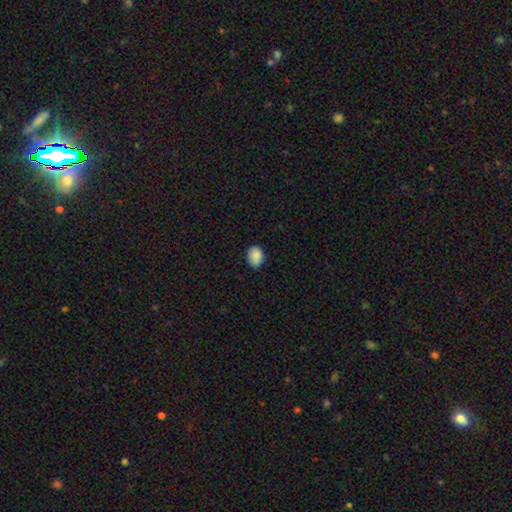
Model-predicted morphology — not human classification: Smooth or featured? Predicted: smooth (p=0.88). How rounded? Predicted: in between (p=0.69). Merging? Predicted: none (p=0.81).